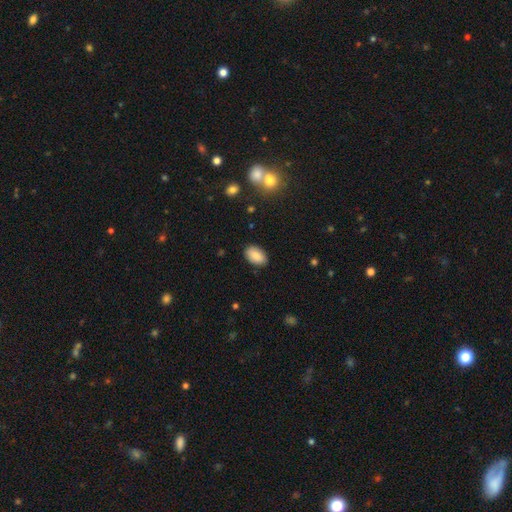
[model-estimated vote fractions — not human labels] smooth_or_featured: smooth (p=0.86) [alt: star or artifact p=0.08]
how_rounded: in between (p=0.92) [alt: round p=0.06]
merging: none (p=0.87) [alt: minor disturbance p=0.10]